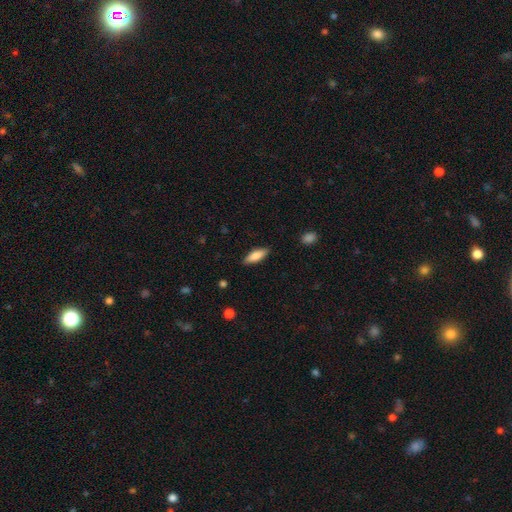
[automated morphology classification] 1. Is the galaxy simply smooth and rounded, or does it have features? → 81% smooth, 13% featured or disk, 6% star or artifact.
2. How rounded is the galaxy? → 64% in between, 34% cigar-shaped, 2% round.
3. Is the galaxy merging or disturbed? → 86% none, 10% minor disturbance, 2% major disturbance, 1% merger.